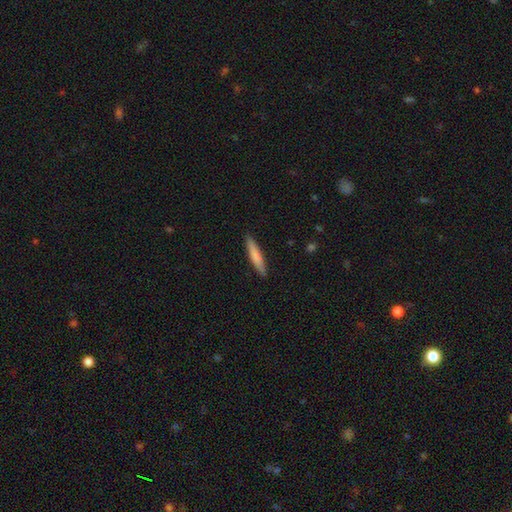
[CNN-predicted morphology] Smooth or featured: smooth — 74% (featured or disk — 20%)
How rounded: cigar-shaped — 91% (in between — 8%)
Merging: none — 90% (minor disturbance — 7%)